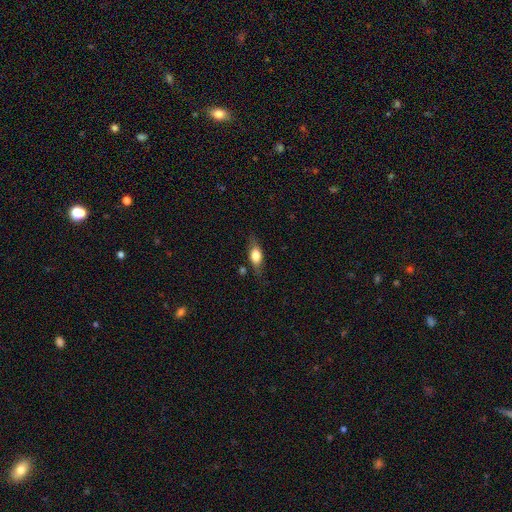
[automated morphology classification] smooth 62%, featured or disk 31%, star or artifact 8%. Down the decision tree: how rounded — in between (72%); merging — none (72%).